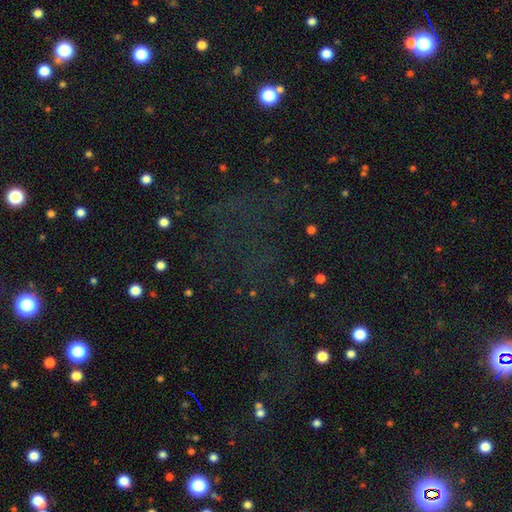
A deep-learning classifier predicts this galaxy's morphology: type=star or artifact (68%).